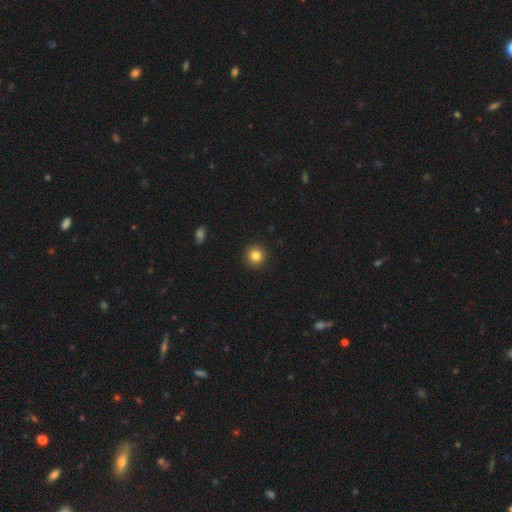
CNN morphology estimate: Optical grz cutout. It shows a smooth galaxy with no disk features (83%) that is round (95%). Merging: none (93%).